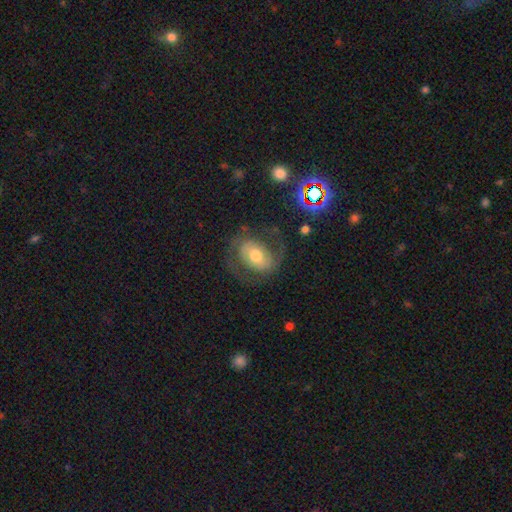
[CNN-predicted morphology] Q: Smooth or featured?
A: featured or disk (70%); runner-up: smooth (22%)
Q: Edge-on disk?
A: no (97%); runner-up: yes (3%)
Q: Bar?
A: no (47%); runner-up: weak (37%)
Q: Spiral arms?
A: yes (82%); runner-up: no (18%)
Q: Spiral winding?
A: medium (49%); runner-up: tight (29%)
Q: Spiral arm count?
A: 2 (84%); runner-up: can't tell (8%)
Q: Bulge size?
A: moderate (68%); runner-up: large (15%)
Q: Merging?
A: none (68%); runner-up: minor disturbance (16%)